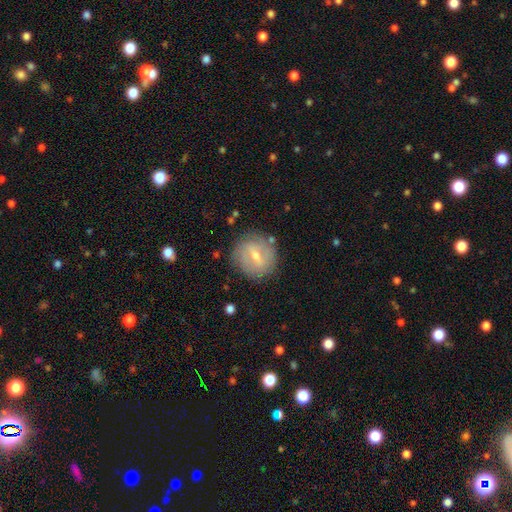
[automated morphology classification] smooth_or_featured: featured or disk (p=0.56) [alt: smooth p=0.36]
disk_edge_on: no (p=0.93) [alt: yes p=0.07]
bar: weak (p=0.53) [alt: strong p=0.31]
has_spiral_arms: no (p=0.50) [tied with: yes p=0.50]
bulge_size: small (p=0.55) [alt: moderate p=0.41]
merging: none (p=0.79) [alt: minor disturbance p=0.14]